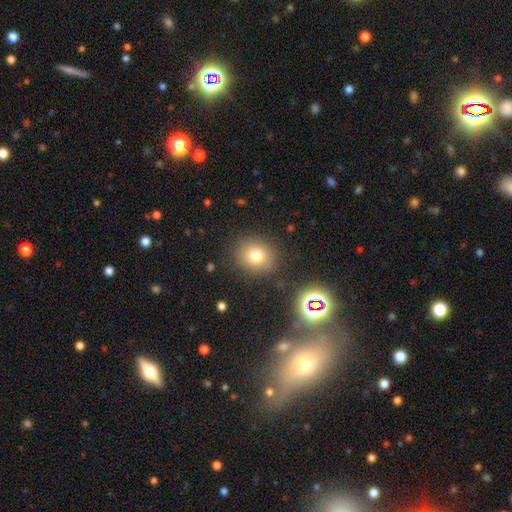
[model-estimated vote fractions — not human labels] Smooth or featured?
  - smooth: 76% *
  - star or artifact: 14%
  - featured or disk: 9%
How rounded?
  - round: 77% *
  - in between: 22%
  - cigar-shaped: 1%
Merging?
  - none: 85% *
  - minor disturbance: 9%
  - major disturbance: 3%
  - merger: 3%